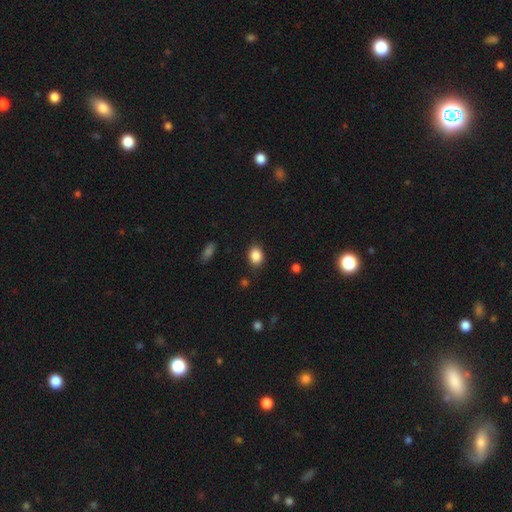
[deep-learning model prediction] Overall: smooth (87%). How rounded: in between (63%; round 36%). Merging: none (85%).